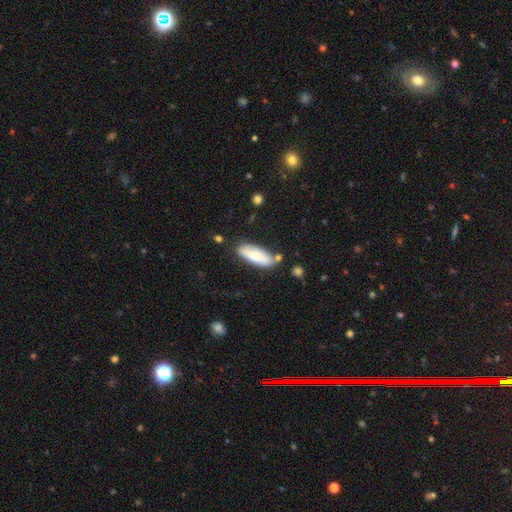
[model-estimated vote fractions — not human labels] A smooth galaxy with no disk features (77%) that is in between round and cigar-shaped (64%). Merging: none (72%).